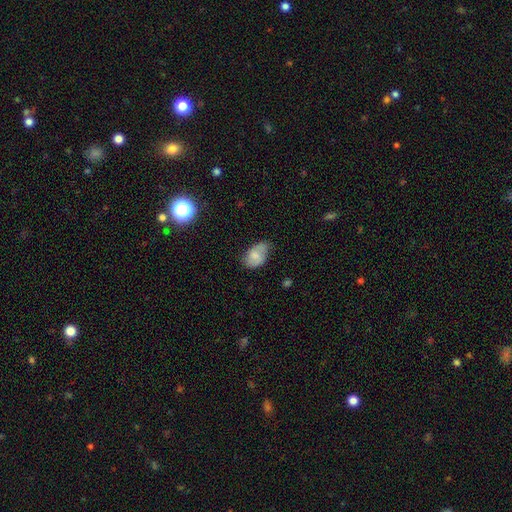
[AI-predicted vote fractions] Smooth or featured: smooth — 63% (featured or disk — 28%)
How rounded: in between — 89% (round — 9%)
Merging: none — 56% (minor disturbance — 33%)